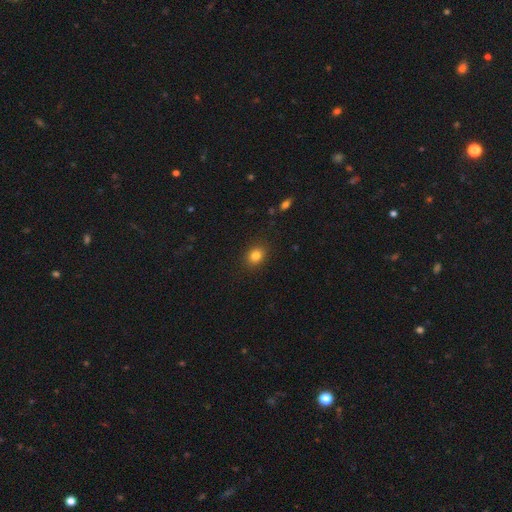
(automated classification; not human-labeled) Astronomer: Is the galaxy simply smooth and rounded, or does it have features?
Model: smooth — 82%.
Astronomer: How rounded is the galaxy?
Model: round — 59% (runner-up: in between, 40%).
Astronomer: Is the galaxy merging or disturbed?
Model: none — 89%.